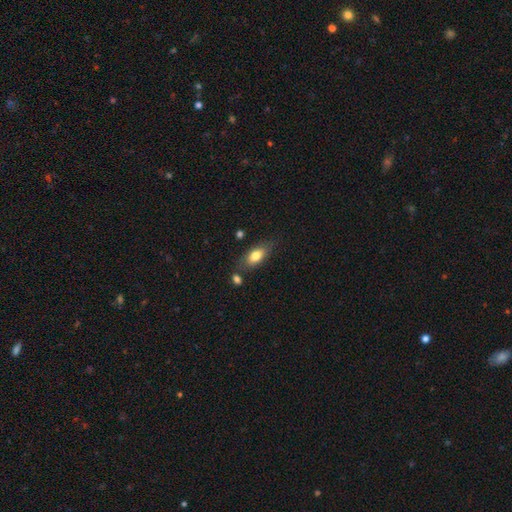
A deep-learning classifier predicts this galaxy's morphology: This appears to be a smooth galaxy with no disk features (77%) that is in between round and cigar-shaped (85%). Merging: none (71%).